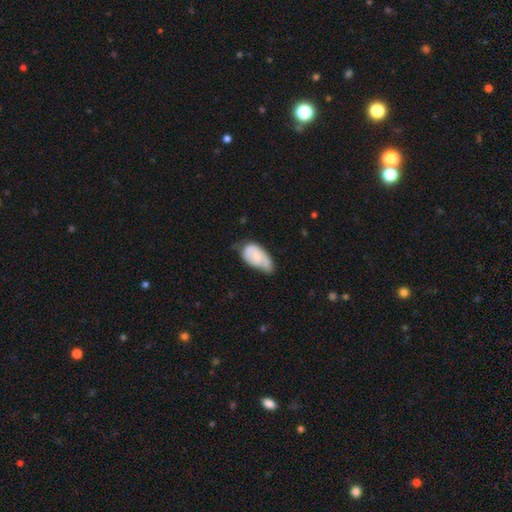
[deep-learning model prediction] smooth-or-featured: smooth: 67% | featured or disk: 27% | star or artifact: 7%
  how-rounded: in between: 94% | round: 4% | cigar-shaped: 2%
  merging: minor disturbance: 45% | none: 33% | major disturbance: 18% | merger: 4%